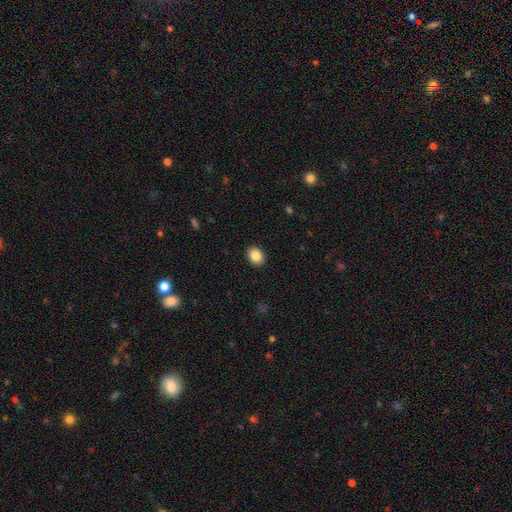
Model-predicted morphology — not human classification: Smooth or featured: smooth — 87% (star or artifact — 8%)
How rounded: in between — 59% (round — 40%)
Merging: none — 91% (minor disturbance — 6%)